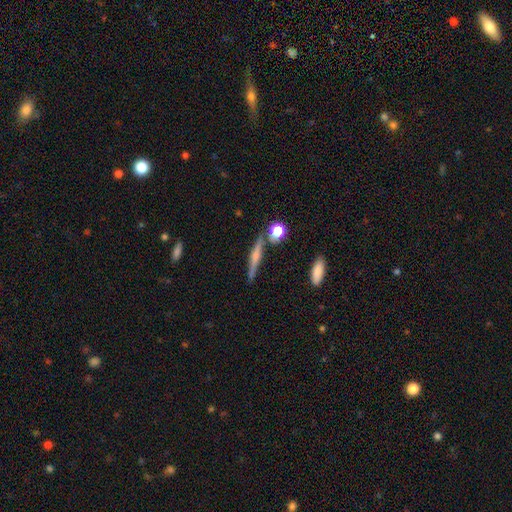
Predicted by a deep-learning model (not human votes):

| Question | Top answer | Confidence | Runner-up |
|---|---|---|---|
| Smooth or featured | featured or disk | 59% | smooth (32%) |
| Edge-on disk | yes | 96% | no (4%) |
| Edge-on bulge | rounded | 59% | boxy (23%) |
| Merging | none | 81% | minor disturbance (10%) |